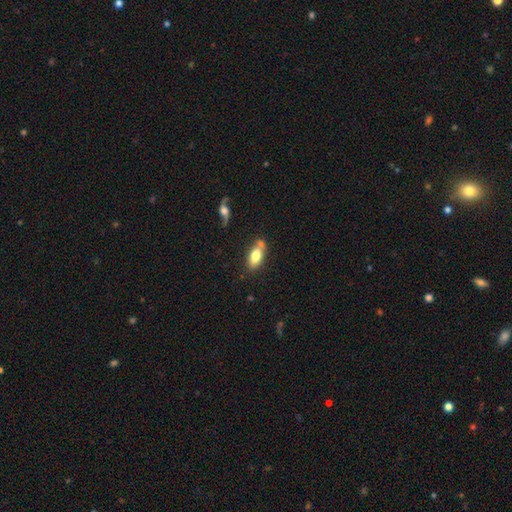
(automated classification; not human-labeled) Smooth or featured? Predicted: smooth (p=0.74). How rounded? Predicted: in between (p=0.84). Merging? Predicted: none (p=0.60).